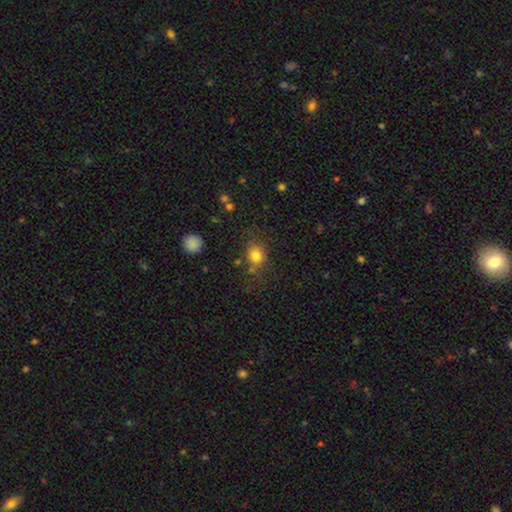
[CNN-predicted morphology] smooth-or-featured: smooth: 80% | star or artifact: 12% | featured or disk: 8%
  how-rounded: round: 67% | in between: 32% | cigar-shaped: 1%
  merging: none: 70% | minor disturbance: 17% | major disturbance: 7% | merger: 6%